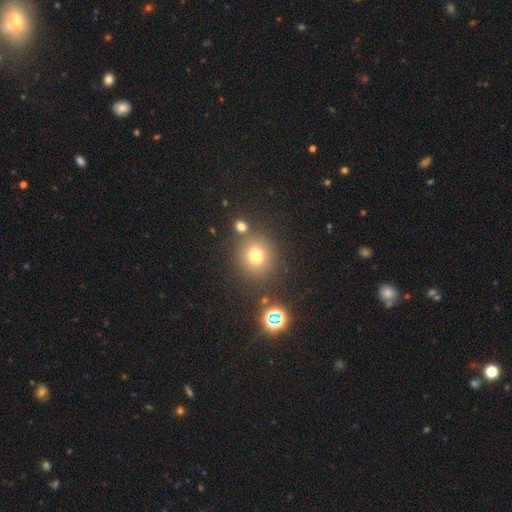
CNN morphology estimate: Smooth or featured?
  - smooth: 72% *
  - star or artifact: 19%
  - featured or disk: 9%
How rounded?
  - round: 91% *
  - in between: 8%
  - cigar-shaped: 1%
Merging?
  - none: 80% *
  - merger: 9%
  - minor disturbance: 8%
  - major disturbance: 3%